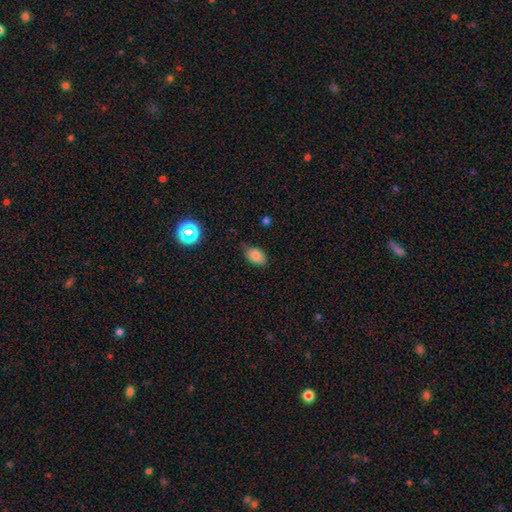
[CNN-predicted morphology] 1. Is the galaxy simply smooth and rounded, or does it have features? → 82% smooth, 11% star or artifact, 7% featured or disk.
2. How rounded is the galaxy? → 90% in between, 9% round, 1% cigar-shaped.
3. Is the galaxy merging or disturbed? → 80% none, 16% minor disturbance, 3% major disturbance, 1% merger.